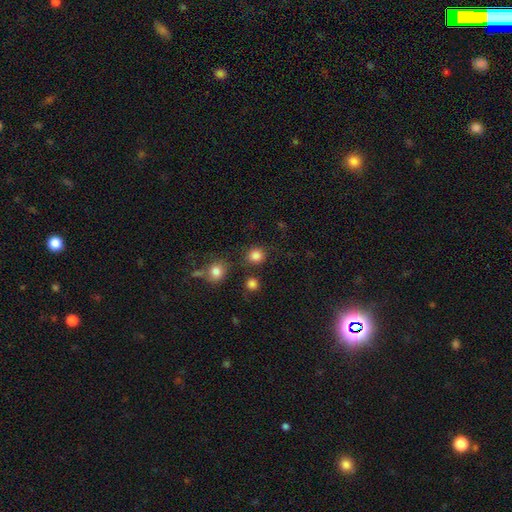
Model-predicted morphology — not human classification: Smooth or featured? Predicted: smooth (p=0.84). How rounded? Predicted: round (p=0.88). Merging? Predicted: none (p=0.81).